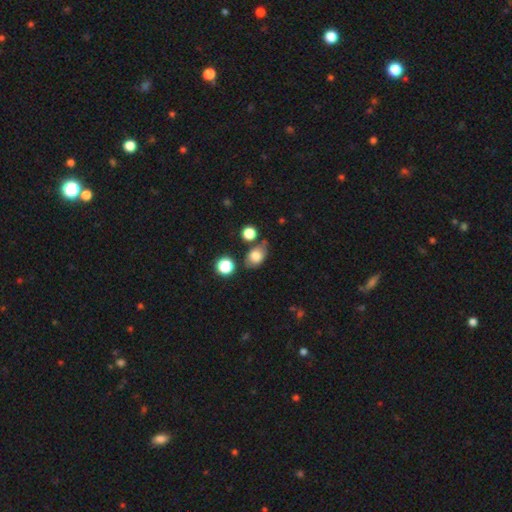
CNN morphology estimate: Smooth or featured?
  - smooth: 75% *
  - featured or disk: 14%
  - star or artifact: 11%
How rounded?
  - in between: 71% *
  - round: 28%
  - cigar-shaped: 2%
Merging?
  - none: 63% *
  - minor disturbance: 21%
  - merger: 9%
  - major disturbance: 6%